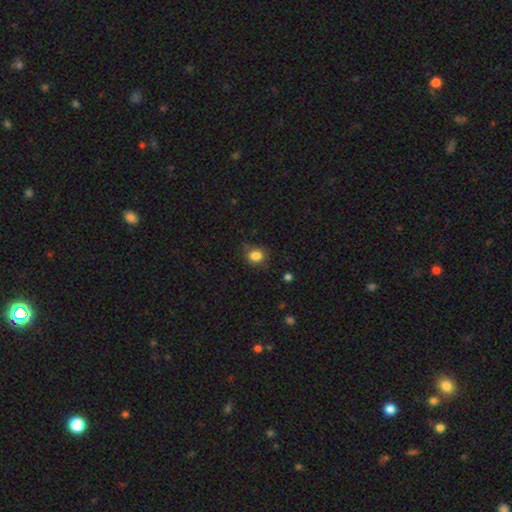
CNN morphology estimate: Overall: smooth (84%). How rounded: round (69%; in between 30%). Merging: none (77%).